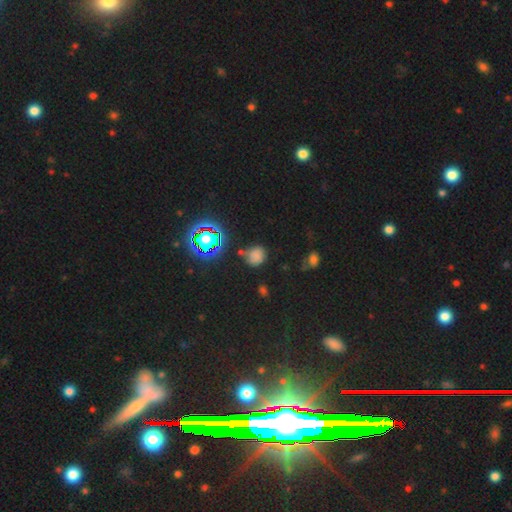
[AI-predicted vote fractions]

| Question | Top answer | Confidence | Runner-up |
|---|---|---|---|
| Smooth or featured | smooth | 60% | star or artifact (31%) |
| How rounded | round | 72% | in between (26%) |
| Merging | none | 62% | minor disturbance (22%) |